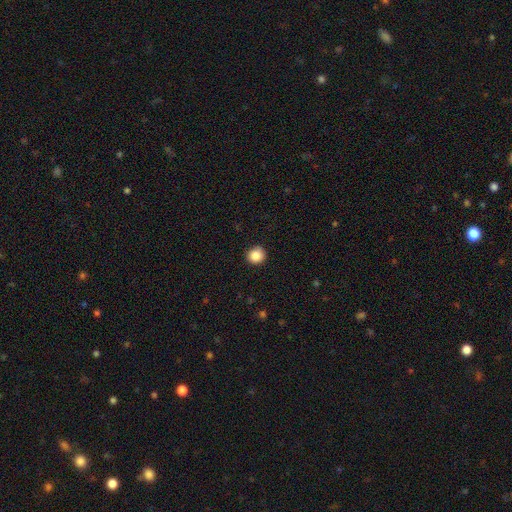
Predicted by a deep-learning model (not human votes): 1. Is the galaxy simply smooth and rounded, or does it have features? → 86% smooth, 10% star or artifact, 4% featured or disk.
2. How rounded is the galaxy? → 93% round, 6% in between, 1% cigar-shaped.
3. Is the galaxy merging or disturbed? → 92% none, 5% minor disturbance, 2% major disturbance, 1% merger.